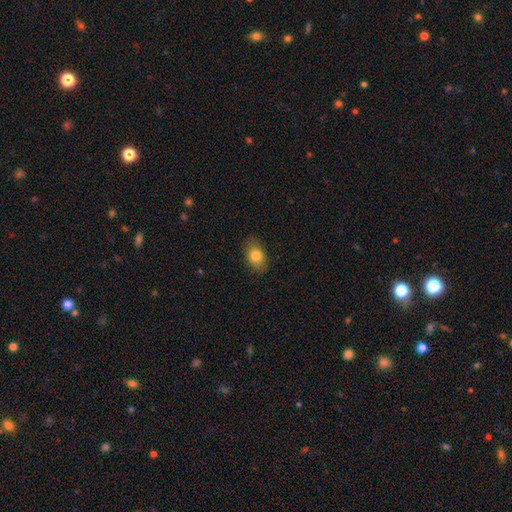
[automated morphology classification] The model was most divided on "how rounded": in between: 79%, round: 19%, cigar-shaped: 2%. More confident: merging — none (84%); smooth or featured — smooth (81%).